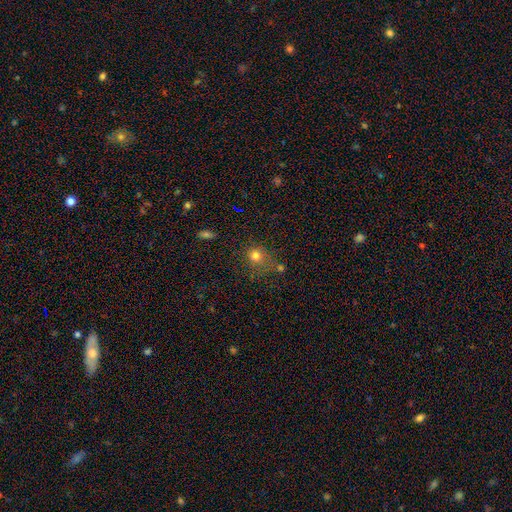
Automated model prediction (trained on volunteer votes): Morphology: type=smooth (76%); roundness=round (82%); merging=none (62%).